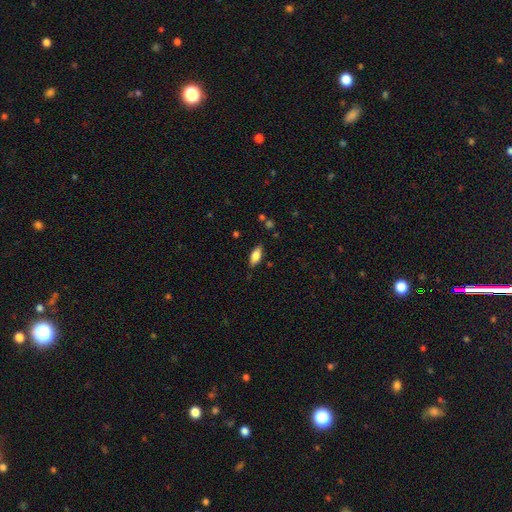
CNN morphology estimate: Smooth or featured? Predicted: smooth (p=0.77). How rounded? Predicted: in between (p=0.83). Merging? Predicted: none (p=0.83).